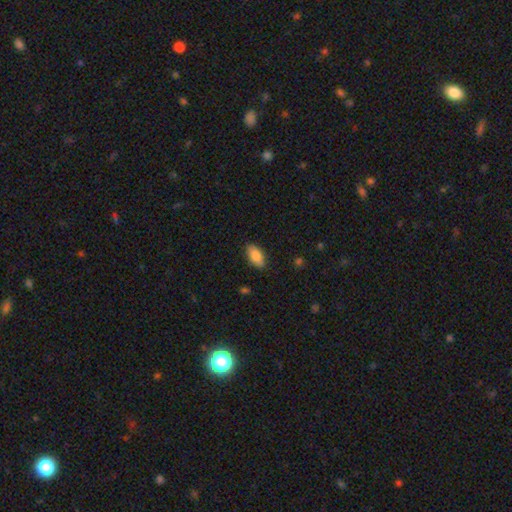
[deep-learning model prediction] smooth_or_featured: smooth (p=0.85) [alt: featured or disk p=0.09]
how_rounded: in between (p=0.91) [alt: cigar-shaped p=0.06]
merging: none (p=0.86) [alt: minor disturbance p=0.11]